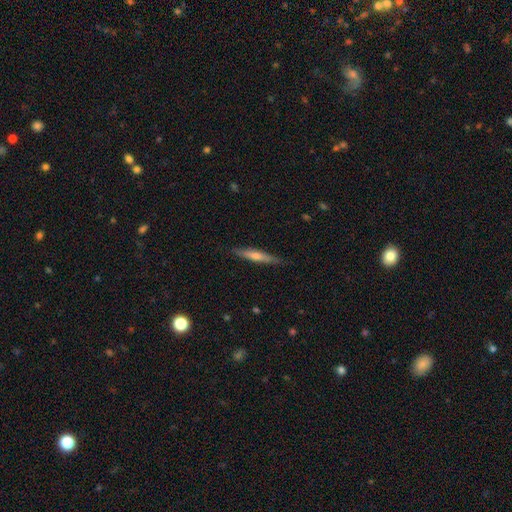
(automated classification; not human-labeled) featured or disk 57%, smooth 36%, star or artifact 7%. Down the decision tree: edge-on disk — yes (95%); edge-on bulge — rounded (70%); merging — none (86%).